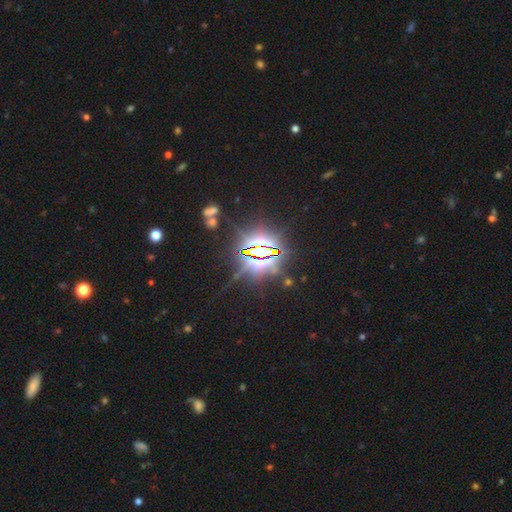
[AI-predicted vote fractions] A star or artifact, not a galaxy (86%).

Vote fractions:
- Smooth or featured? star or artifact: 86% / smooth: 7% / featured or disk: 7%